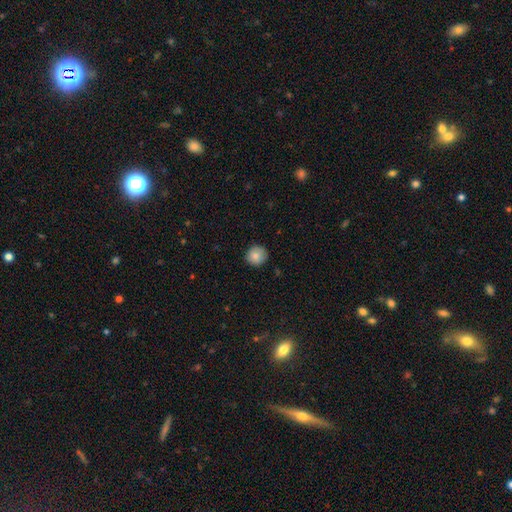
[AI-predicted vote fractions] smooth 84%, star or artifact 8%, featured or disk 8%. Down the decision tree: how rounded — round (90%); merging — none (86%).